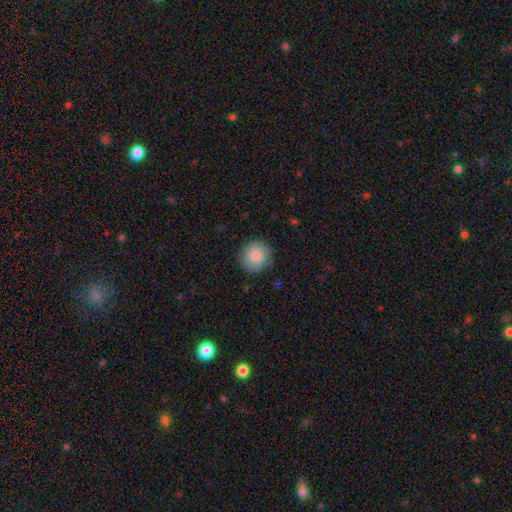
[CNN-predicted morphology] Smooth or featured? Predicted: smooth (p=0.85). How rounded? Predicted: round (p=0.89). Merging? Predicted: none (p=0.86).